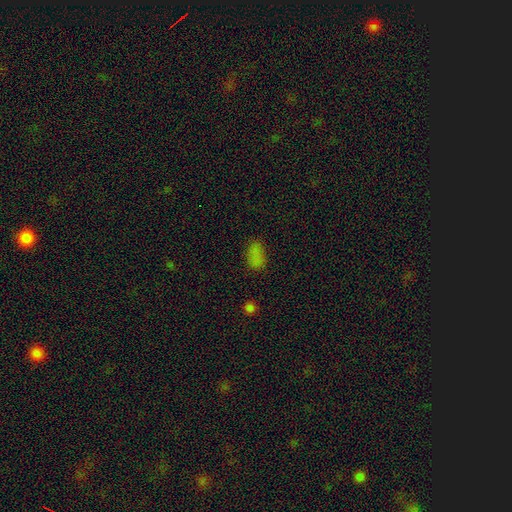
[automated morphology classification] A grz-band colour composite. It shows a smooth galaxy with no disk features (73%) that is in between round and cigar-shaped (90%). Merging: none (73%).